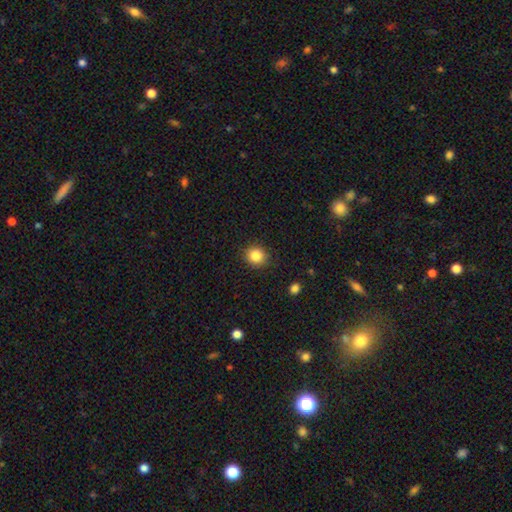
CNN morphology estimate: This is clearly a smooth galaxy (86%). How rounded: clearly round (85%). Merging: clearly none (89%).